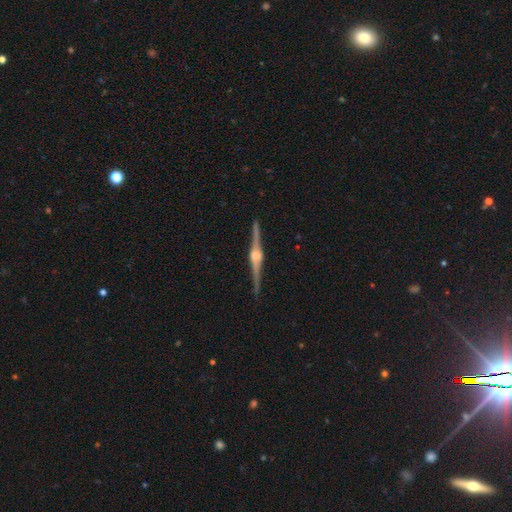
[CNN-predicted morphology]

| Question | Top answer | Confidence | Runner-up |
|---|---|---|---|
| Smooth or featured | featured or disk | 90% | star or artifact (5%) |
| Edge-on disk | yes | 98% | no (2%) |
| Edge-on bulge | rounded | 85% | boxy (13%) |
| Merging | none | 90% | minor disturbance (7%) |